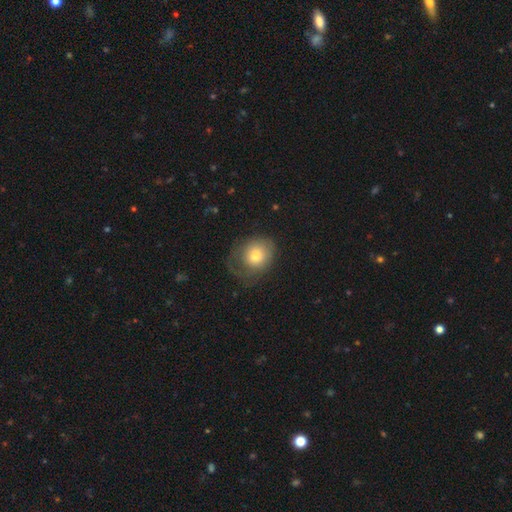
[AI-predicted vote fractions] smooth 73%, featured or disk 19%, star or artifact 8%. Down the decision tree: how rounded — round (62%); merging — none (48%).